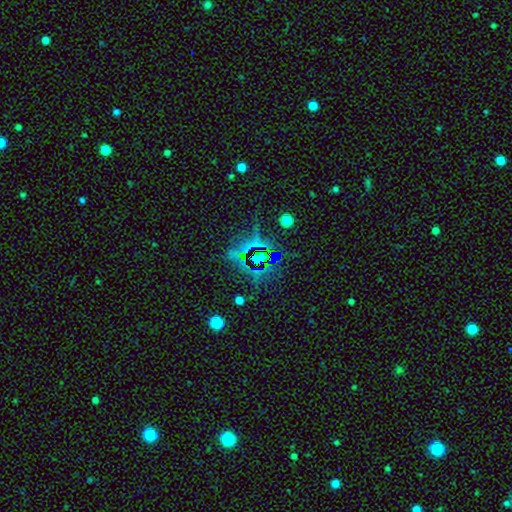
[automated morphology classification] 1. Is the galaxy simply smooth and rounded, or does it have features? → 75% star or artifact, 13% smooth, 12% featured or disk.